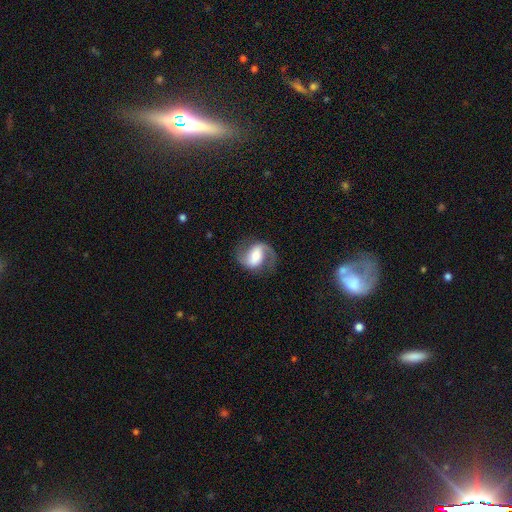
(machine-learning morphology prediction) Overall: featured or disk (81%). Edge-on disk: no (97%). Bar: strong (40%; weak 38%). Spiral arms: yes (94%). Spiral arm count: 2 (87%). Spiral winding: medium (47%; loose 39%). Bulge size: moderate (54%; small 23%). Merging: none (75%).